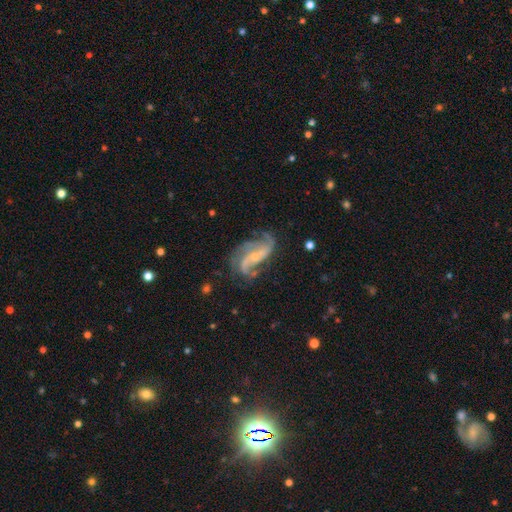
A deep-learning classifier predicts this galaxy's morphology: This appears to be a featured or disk galaxy (87%) with no bar (48%), 2 (44%) medium (43%) spiral arms (96%) and a small central bulge (65%). Merging: none (57%).